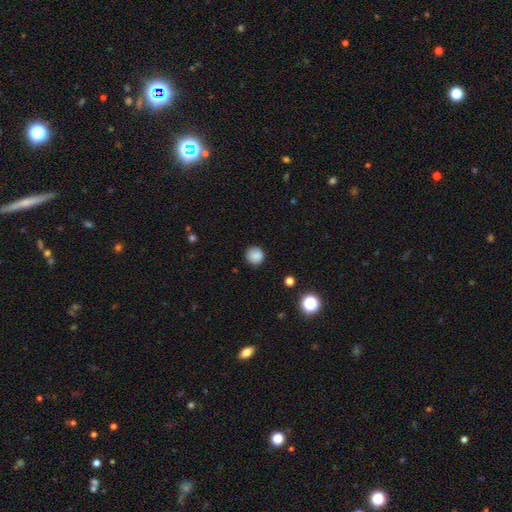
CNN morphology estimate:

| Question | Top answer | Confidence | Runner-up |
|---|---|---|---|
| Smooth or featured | smooth | 86% | star or artifact (10%) |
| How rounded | round | 93% | in between (6%) |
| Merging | none | 87% | minor disturbance (9%) |